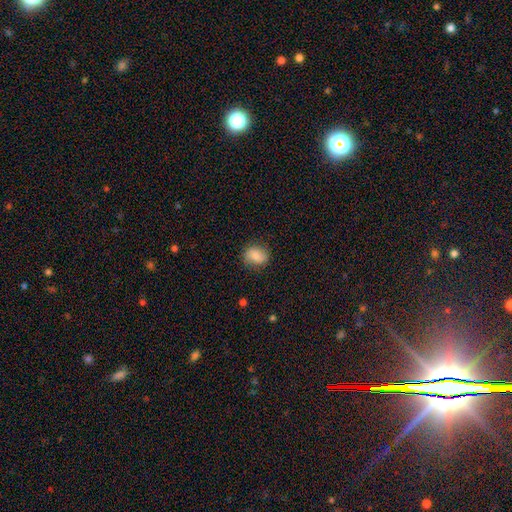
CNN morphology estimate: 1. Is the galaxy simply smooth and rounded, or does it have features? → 76% smooth, 16% featured or disk, 8% star or artifact.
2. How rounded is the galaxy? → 59% round, 40% in between, 1% cigar-shaped.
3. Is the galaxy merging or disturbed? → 79% none, 15% minor disturbance, 4% major disturbance, 1% merger.